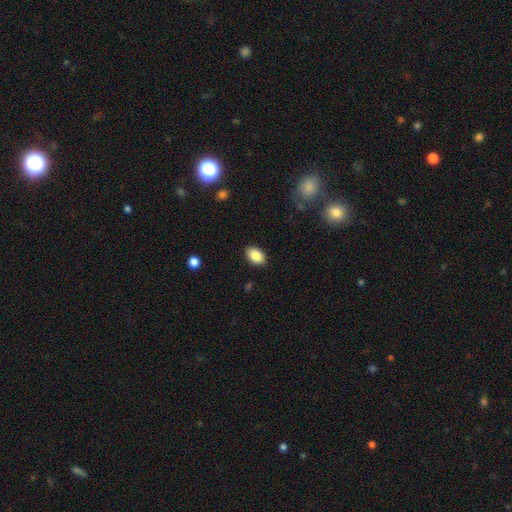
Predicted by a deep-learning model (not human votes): This is clearly a smooth galaxy (88%). How rounded: clearly in between (87%). Merging: clearly none (88%).